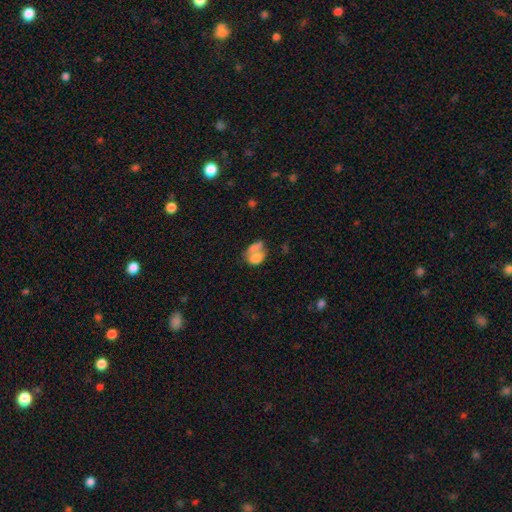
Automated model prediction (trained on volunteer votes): Q: Smooth or featured?
A: smooth (68%); runner-up: featured or disk (22%)
Q: How rounded?
A: in between (76%); runner-up: round (22%)
Q: Merging?
A: merger (63%); runner-up: none (18%)